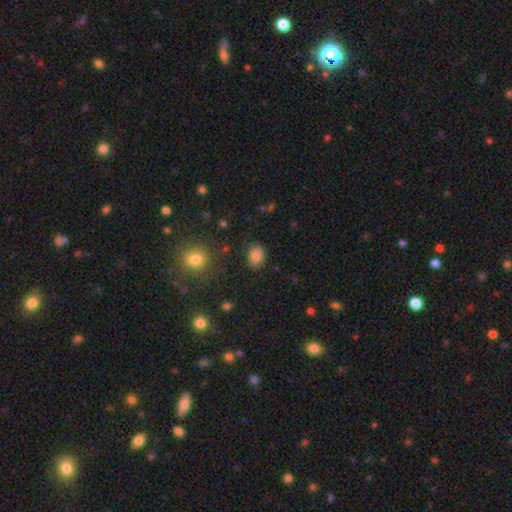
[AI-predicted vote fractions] smooth-or-featured: smooth: 81% | star or artifact: 11% | featured or disk: 8%
  how-rounded: in between: 66% | round: 33% | cigar-shaped: 1%
  merging: none: 81% | minor disturbance: 13% | major disturbance: 4% | merger: 2%